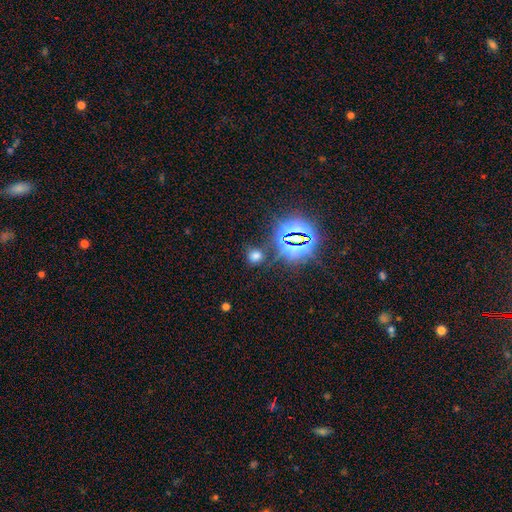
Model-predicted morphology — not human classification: Overall: smooth (58%; star or artifact 36%). How rounded: round (79%). Merging: none (80%).